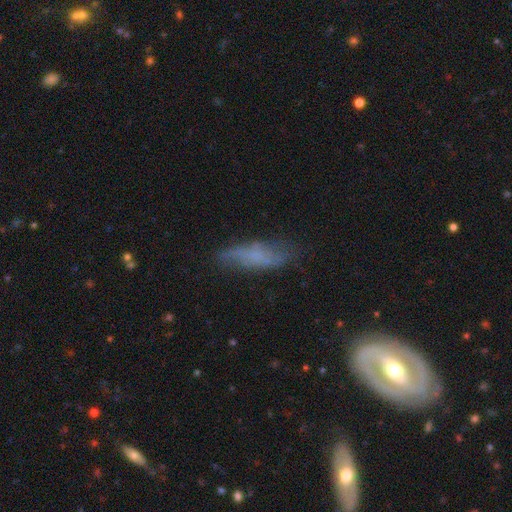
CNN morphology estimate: Smooth or featured? smooth (48%)
Merging? none (62%)